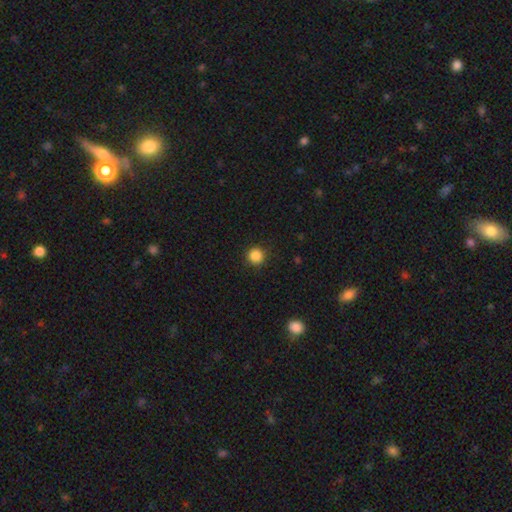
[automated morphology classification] This is clearly a smooth galaxy (86%). How rounded: clearly round (95%). Merging: clearly none (91%).